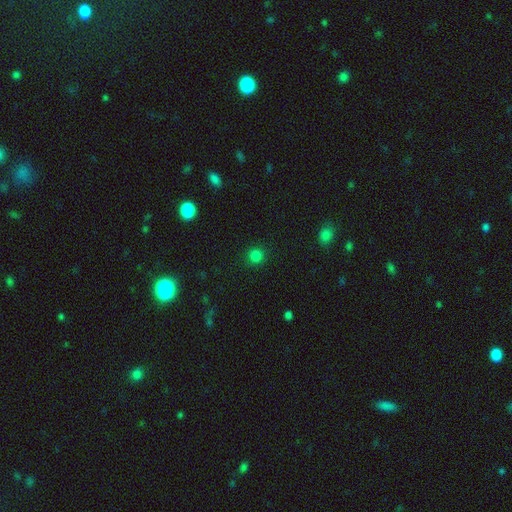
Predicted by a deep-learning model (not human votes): smooth_or_featured: smooth (p=0.81) [alt: star or artifact p=0.15]
how_rounded: round (p=0.93) [alt: in between p=0.06]
merging: none (p=0.90) [alt: minor disturbance p=0.06]